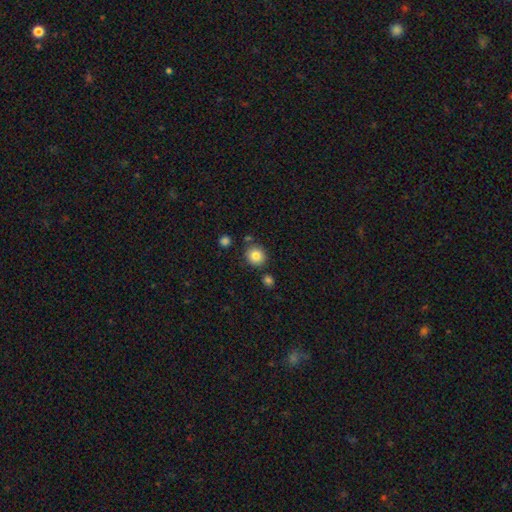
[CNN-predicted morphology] A smooth galaxy with no disk features (83%) that is round (86%). Merging: none (82%).